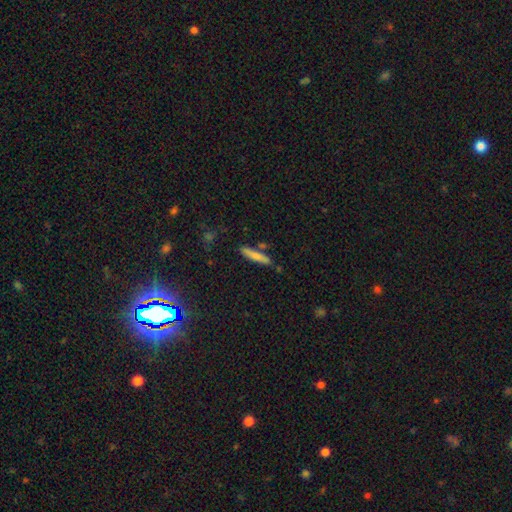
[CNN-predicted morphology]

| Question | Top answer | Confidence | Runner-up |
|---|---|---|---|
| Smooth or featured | smooth | 76% | featured or disk (17%) |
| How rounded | cigar-shaped | 88% | in between (11%) |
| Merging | none | 80% | minor disturbance (11%) |